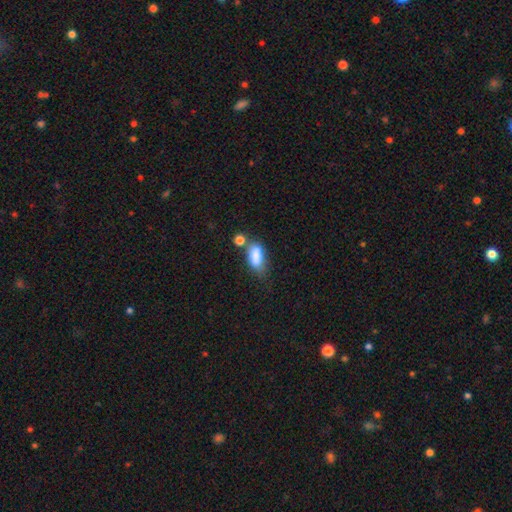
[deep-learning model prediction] Smooth or featured? smooth (82%)
How rounded? in between (85%)
Merging? none (39%)